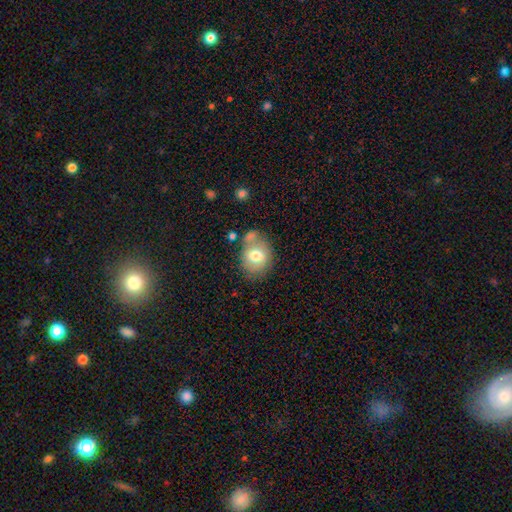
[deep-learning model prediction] Smooth or featured: smooth — 69% (featured or disk — 22%)
How rounded: round — 53% (in between — 46%)
Merging: none — 52% (merger — 22%)